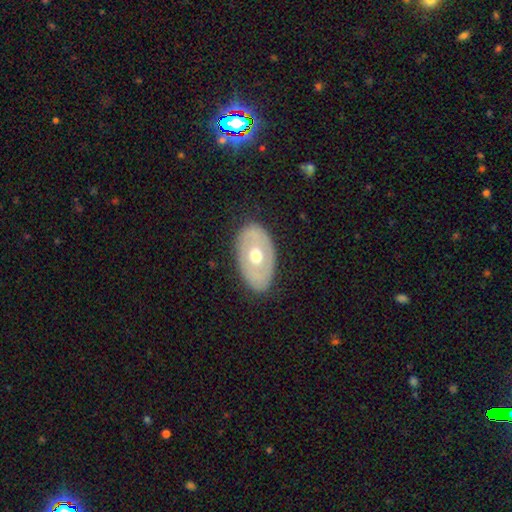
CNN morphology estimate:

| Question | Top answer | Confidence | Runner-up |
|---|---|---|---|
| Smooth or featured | featured or disk | 54% | smooth (40%) |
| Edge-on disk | no | 88% | yes (12%) |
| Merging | none | 84% | minor disturbance (12%) |